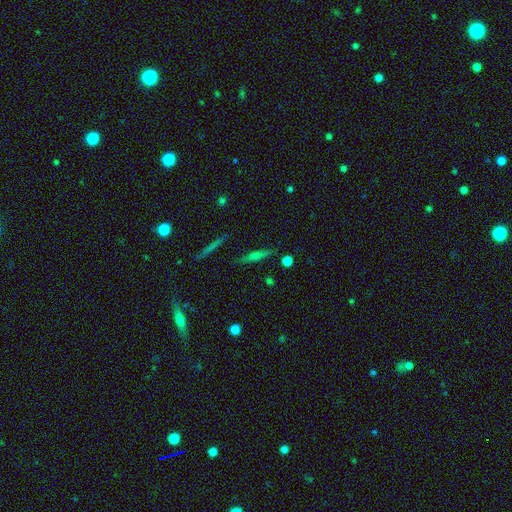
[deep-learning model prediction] Overall: smooth (52%; featured or disk 37%). How rounded: cigar-shaped (84%). Merging: none (81%).